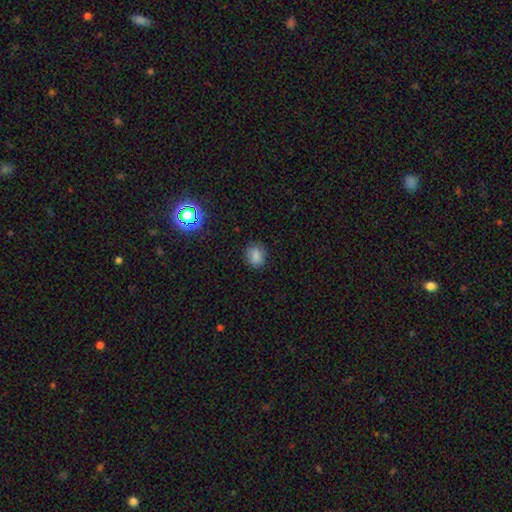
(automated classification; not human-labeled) This is clearly a smooth galaxy (81%). How rounded: likely round (62%). Merging: clearly none (82%).